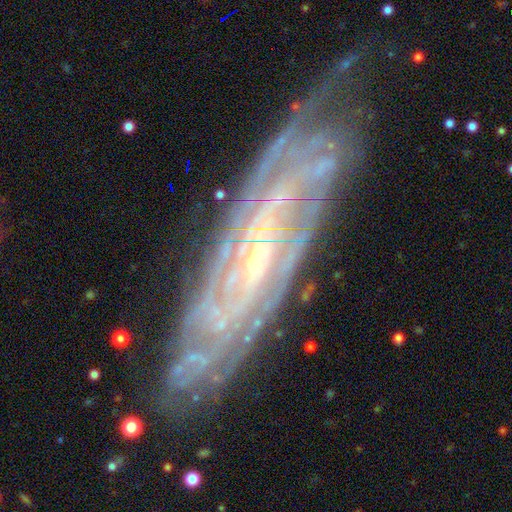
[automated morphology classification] A featured or disk galaxy (89%) with no bar (46%), tight (75%) spiral arms (98%) and a small central bulge (83%).

Vote fractions:
- Smooth or featured? featured or disk: 89% / star or artifact: 6% / smooth: 5%
- Edge-on disk? no: 85% / yes: 15%
- Bar? no: 46% / weak: 34% / strong: 19%
- Spiral arms? yes: 98% / no: 2%
- Spiral winding? tight: 75% / medium: 21% / loose: 4%
- Spiral arm count? can't tell: 31% / 2: 16% / 4: 16% / more than 4: 14% / 3: 14% / 1: 8%
- Bulge size? small: 83% / moderate: 12% / none: 2% / large: 1% / dominant: 1%
- Merging? none: 78% / minor disturbance: 16% / major disturbance: 4% / merger: 2%